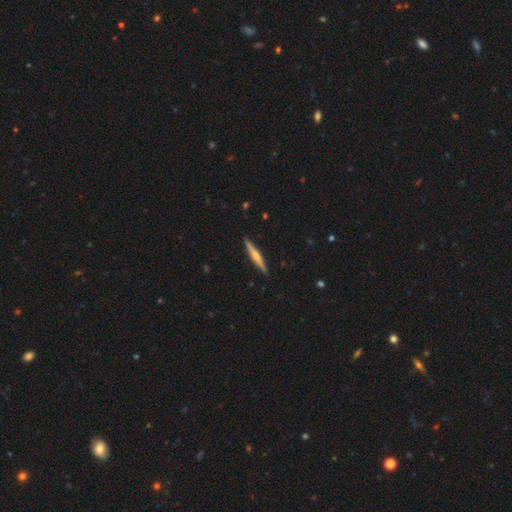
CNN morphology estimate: smooth_or_featured: featured or disk (p=0.55) [alt: smooth p=0.39]
disk_edge_on: yes (p=0.98) [alt: no p=0.02]
edge_on_bulge: rounded (p=0.70) [alt: none p=0.19]
merging: none (p=0.91) [alt: minor disturbance p=0.06]